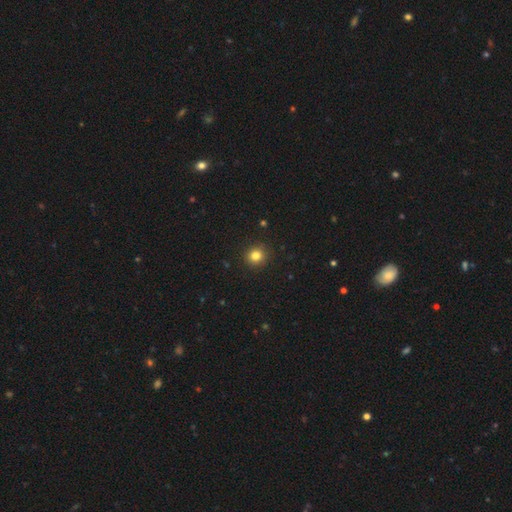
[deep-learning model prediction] smooth-or-featured: smooth: 82% | star or artifact: 13% | featured or disk: 6%
  how-rounded: round: 89% | in between: 10% | cigar-shaped: 1%
  merging: none: 91% | minor disturbance: 6% | major disturbance: 2% | merger: 1%